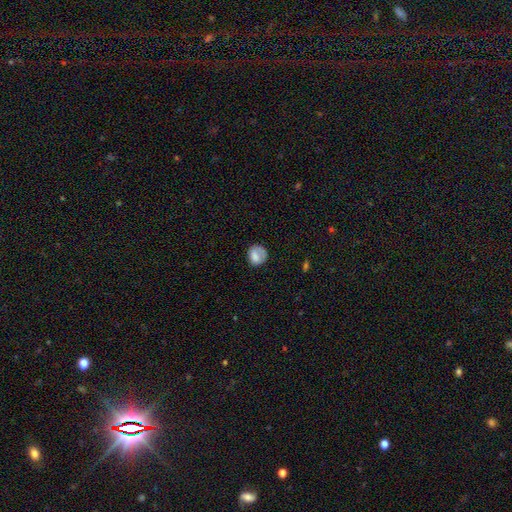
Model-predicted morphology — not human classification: smooth 75%, featured or disk 17%, star or artifact 8%. Down the decision tree: how rounded — round (74%); merging — none (59%).